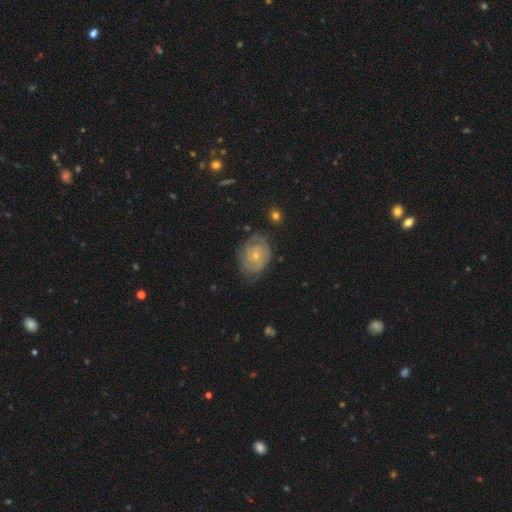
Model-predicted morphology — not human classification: Smooth or featured?
  - featured or disk: 61% *
  - smooth: 31%
  - star or artifact: 8%
Edge-on disk?
  - no: 97% *
  - yes: 3%
Bar?
  - no: 80% *
  - weak: 17%
  - strong: 3%
Spiral arms?
  - yes: 78% *
  - no: 22%
Bulge size?
  - small: 71% *
  - moderate: 24%
  - none: 2%
  - large: 1%
  - dominant: 1%
Merging?
  - none: 62% *
  - minor disturbance: 26%
  - major disturbance: 10%
  - merger: 2%